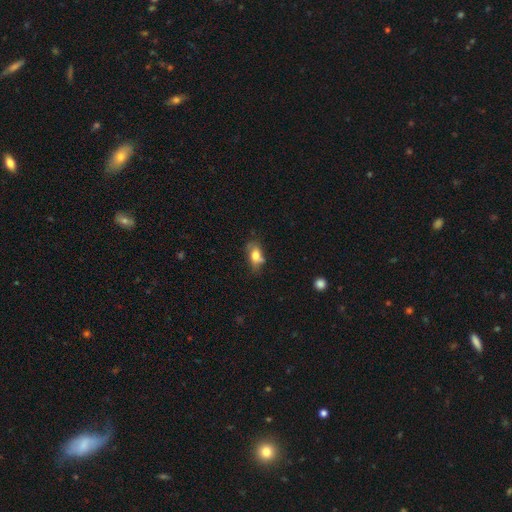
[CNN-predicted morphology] Overall: smooth (72%). How rounded: in between (83%). Merging: none (50%; minor disturbance 30%).